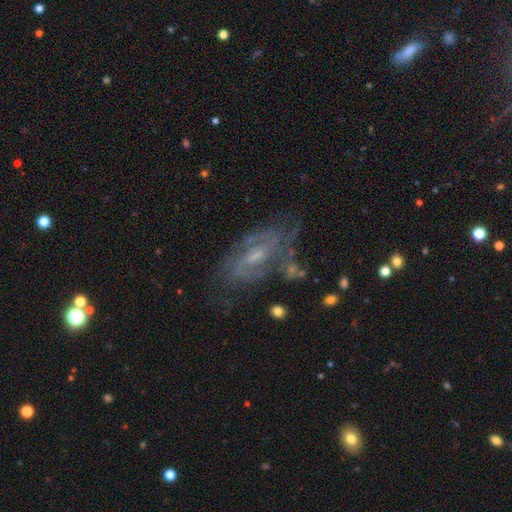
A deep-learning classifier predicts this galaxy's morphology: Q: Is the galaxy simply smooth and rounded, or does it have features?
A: featured or disk — 78%.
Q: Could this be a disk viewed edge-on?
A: no — 92%.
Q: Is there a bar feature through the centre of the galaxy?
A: weak — 51%.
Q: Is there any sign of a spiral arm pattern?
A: yes — 89%.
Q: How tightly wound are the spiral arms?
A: medium — 44%.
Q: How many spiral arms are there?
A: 2 — 51%.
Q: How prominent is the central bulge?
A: small — 50%.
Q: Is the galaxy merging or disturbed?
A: none — 64%.